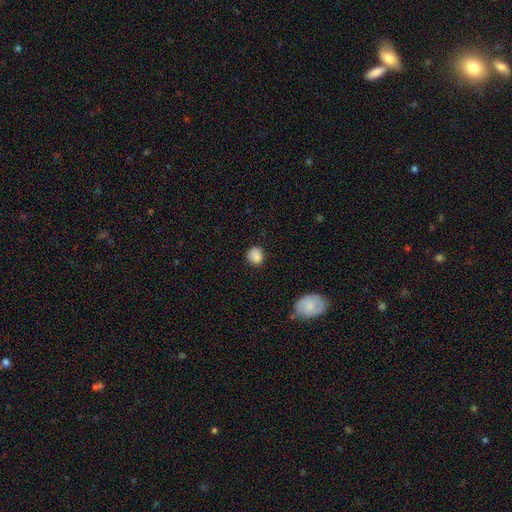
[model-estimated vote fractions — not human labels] Smooth or featured: smooth — 86% (star or artifact — 10%)
How rounded: round — 87% (in between — 12%)
Merging: none — 86% (minor disturbance — 10%)